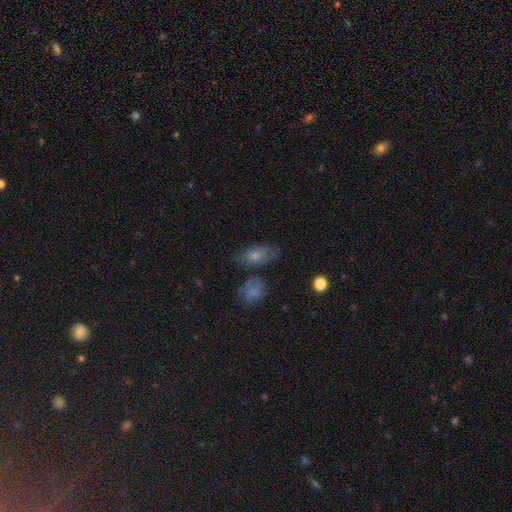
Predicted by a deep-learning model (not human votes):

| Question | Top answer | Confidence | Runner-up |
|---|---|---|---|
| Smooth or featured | smooth | 73% | featured or disk (18%) |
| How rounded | in between | 83% | cigar-shaped (9%) |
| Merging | none | 62% | minor disturbance (22%) |